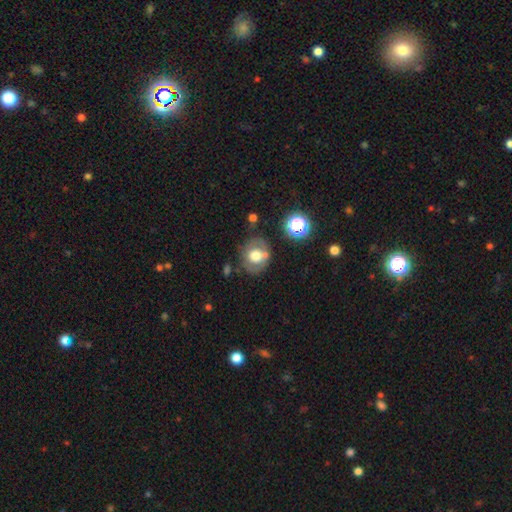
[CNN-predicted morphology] Smooth or featured: smooth — 57% (featured or disk — 31%)
How rounded: round — 76% (in between — 23%)
Merging: none — 66% (minor disturbance — 18%)